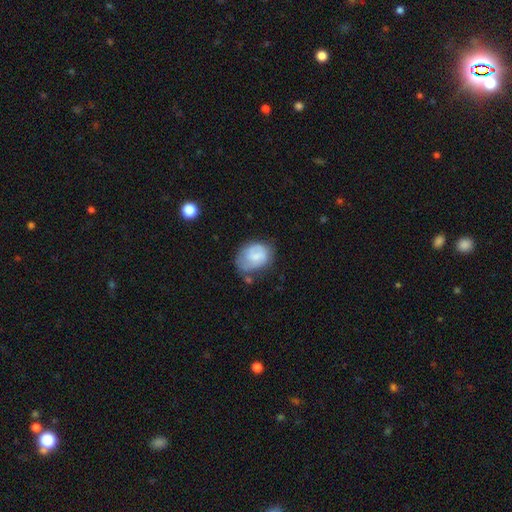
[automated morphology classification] This is possibly a smooth galaxy (56%). How rounded: possibly in between (56%). Merging: marginally none (44%).